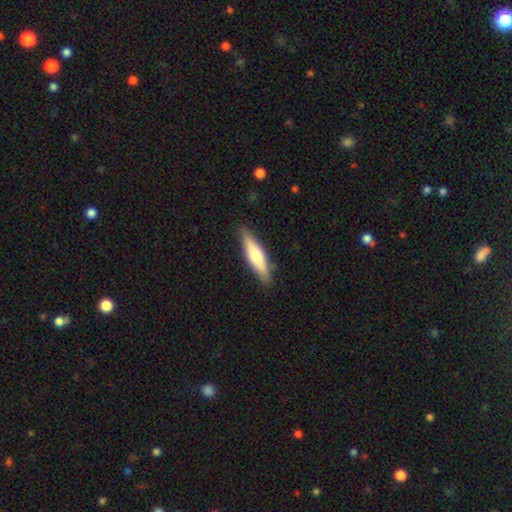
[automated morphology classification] Overall: smooth (59%; featured or disk 35%). How rounded: cigar-shaped (69%; in between 30%). Merging: none (87%).